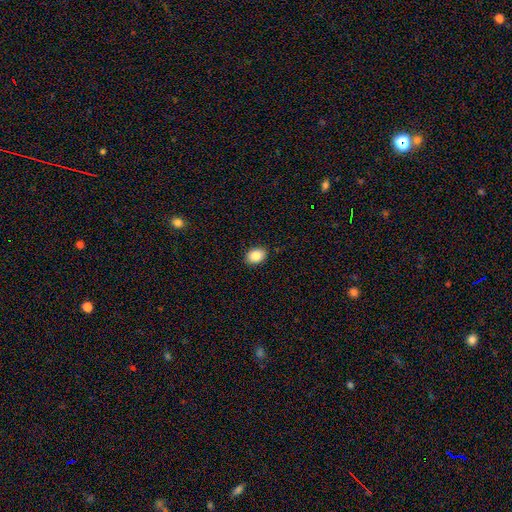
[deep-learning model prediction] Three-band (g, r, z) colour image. It shows a smooth galaxy with no disk features (86%) that is in between round and cigar-shaped (75%). Merging: none (90%).